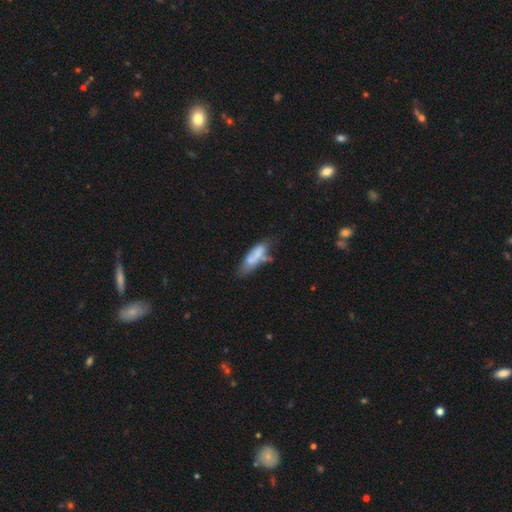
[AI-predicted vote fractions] smooth_or_featured: smooth (p=0.65) [alt: featured or disk p=0.27]
how_rounded: in between (p=0.65) [alt: cigar-shaped p=0.33]
merging: none (p=0.34) [alt: merger p=0.27]